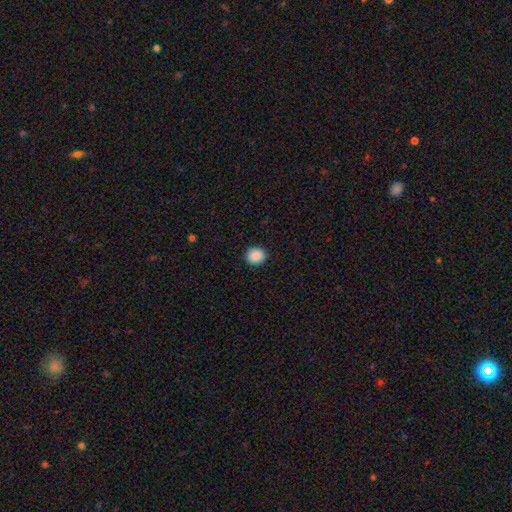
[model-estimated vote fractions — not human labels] Overall: smooth (89%). How rounded: round (77%). Merging: none (92%).